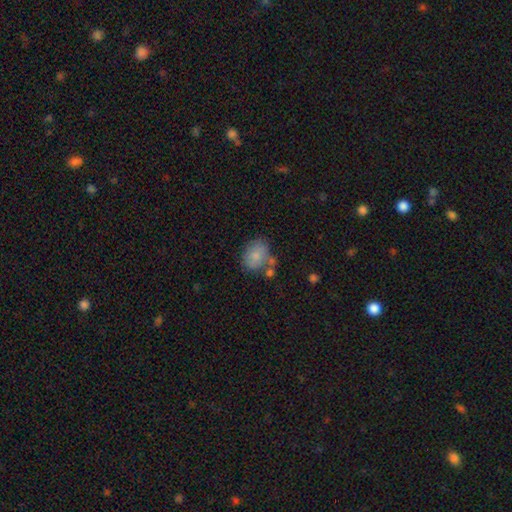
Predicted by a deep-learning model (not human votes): Smooth or featured? smooth (78%)
How rounded? in between (52%)
Merging? none (54%)